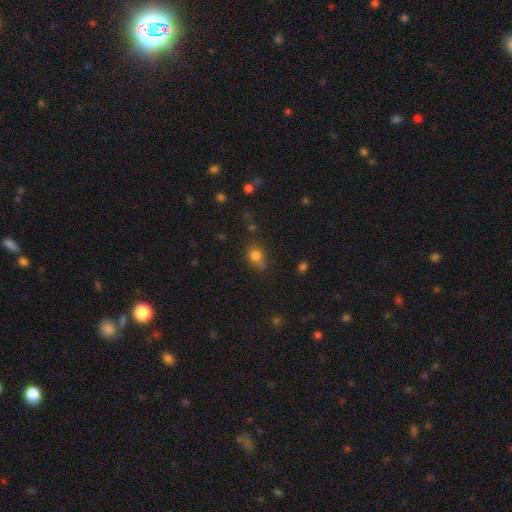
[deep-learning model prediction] A smooth galaxy with no disk features (79%) that is round (57%).

Vote fractions:
- Smooth or featured? smooth: 79% / star or artifact: 13% / featured or disk: 8%
- How rounded? round: 57% / in between: 42% / cigar-shaped: 2%
- Merging? none: 55% / minor disturbance: 27% / merger: 9% / major disturbance: 9%